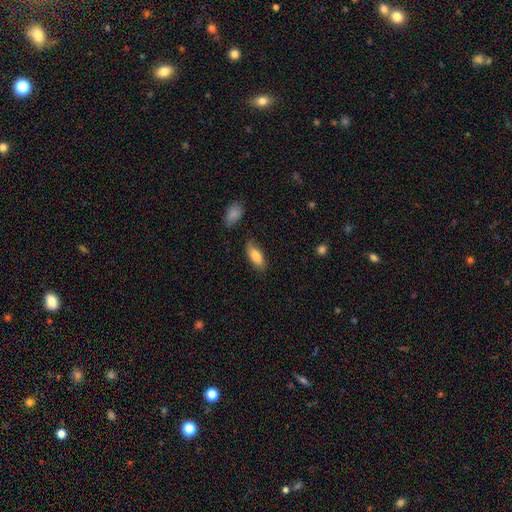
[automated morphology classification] Smooth or featured? Predicted: smooth (p=0.82). How rounded? Predicted: in between (p=0.81). Merging? Predicted: none (p=0.79).